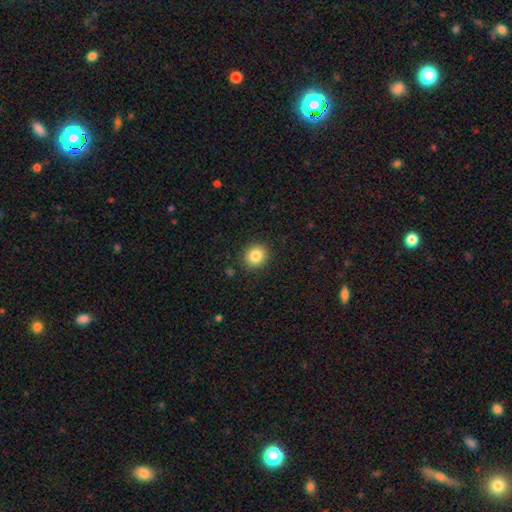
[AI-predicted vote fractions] smooth_or_featured: smooth (p=0.84) [alt: star or artifact p=0.10]
how_rounded: round (p=0.83) [alt: in between p=0.16]
merging: none (p=0.90) [alt: minor disturbance p=0.07]